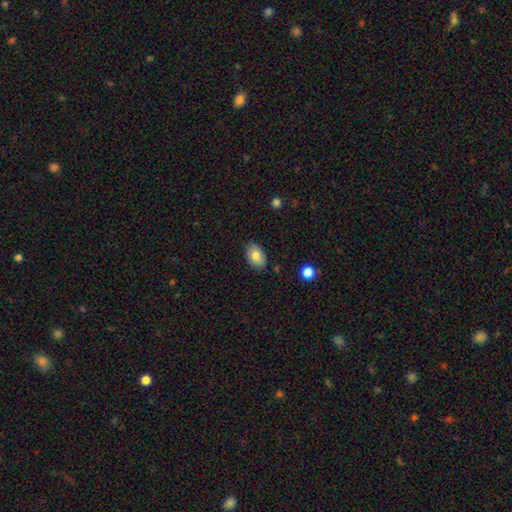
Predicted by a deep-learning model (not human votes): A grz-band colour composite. It shows a smooth galaxy with no disk features (79%) that is in between round and cigar-shaped (87%). Merging: none (82%).